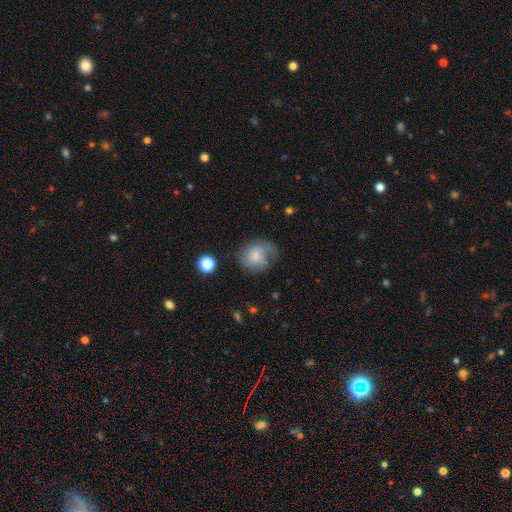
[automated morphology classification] A smooth galaxy with no disk features (66%) that is round (63%). Merging: none (46%).